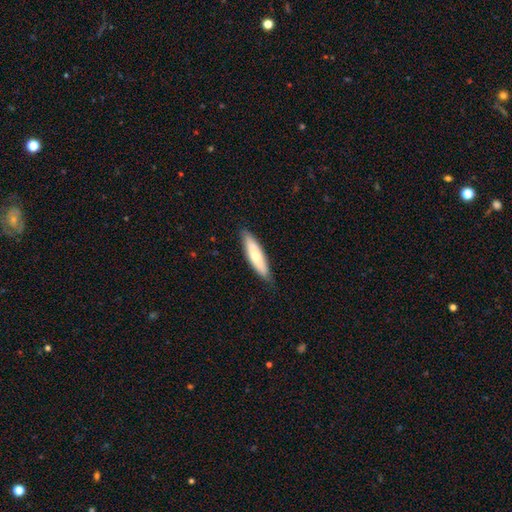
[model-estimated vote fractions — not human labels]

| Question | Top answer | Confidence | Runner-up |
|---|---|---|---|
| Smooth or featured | smooth | 68% | featured or disk (26%) |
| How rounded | cigar-shaped | 71% | in between (28%) |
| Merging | none | 85% | minor disturbance (12%) |